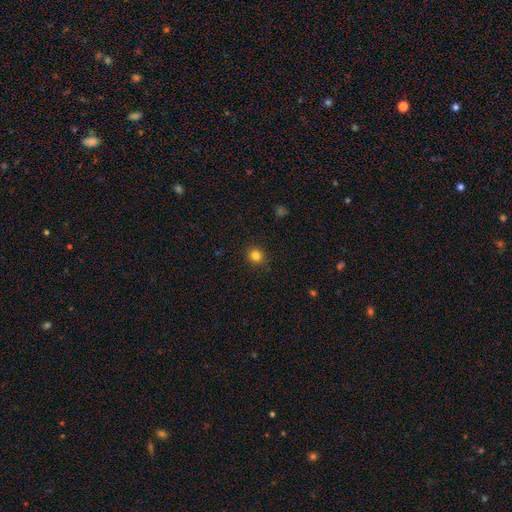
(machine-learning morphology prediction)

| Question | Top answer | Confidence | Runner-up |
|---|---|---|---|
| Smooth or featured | smooth | 82% | star or artifact (13%) |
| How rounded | round | 91% | in between (8%) |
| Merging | none | 91% | minor disturbance (6%) |